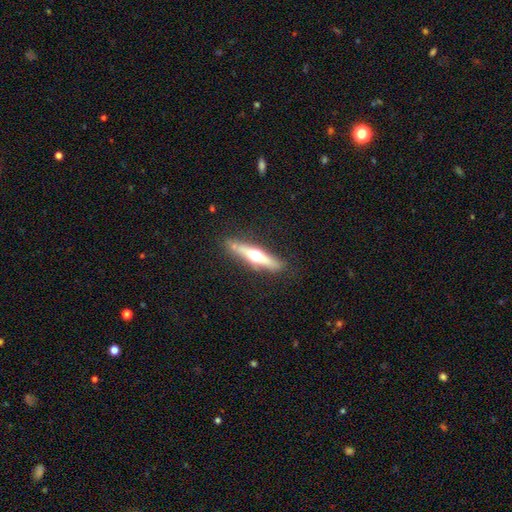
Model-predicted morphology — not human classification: smooth-or-featured: featured or disk: 61% | smooth: 33% | star or artifact: 6%
  disk-edge-on: yes: 94% | no: 6%
    edge-on-bulge: rounded: 93% | boxy: 4% | none: 3%
  merging: none: 81% | minor disturbance: 12% | major disturbance: 3% | merger: 3%